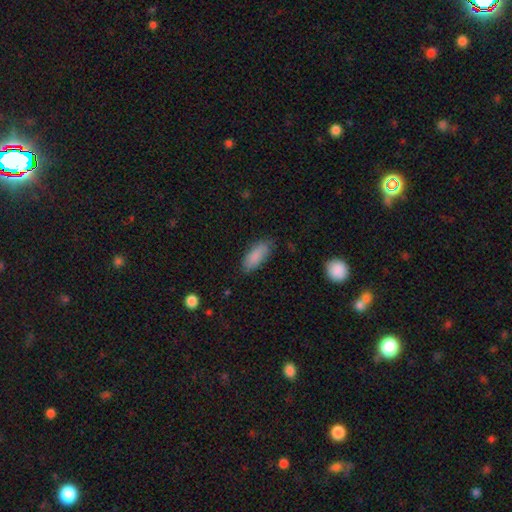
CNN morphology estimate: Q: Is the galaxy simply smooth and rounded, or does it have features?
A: smooth — 87%.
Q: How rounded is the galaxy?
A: in between — 78%.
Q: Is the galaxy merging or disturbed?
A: none — 79%.